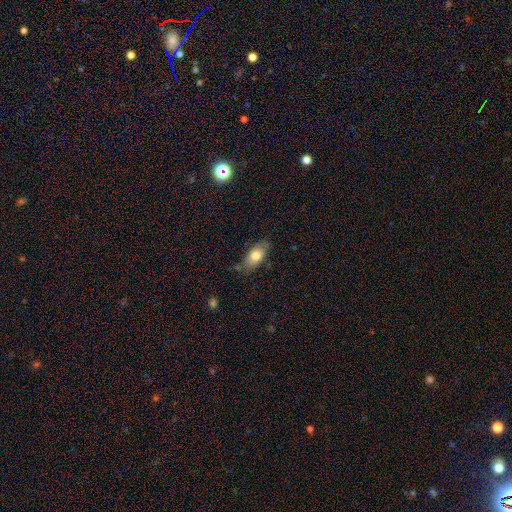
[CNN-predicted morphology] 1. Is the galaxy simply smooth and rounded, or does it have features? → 71% smooth, 22% featured or disk, 7% star or artifact.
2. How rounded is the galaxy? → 88% in between, 8% cigar-shaped, 4% round.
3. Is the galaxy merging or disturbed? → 69% none, 24% minor disturbance, 5% major disturbance, 2% merger.